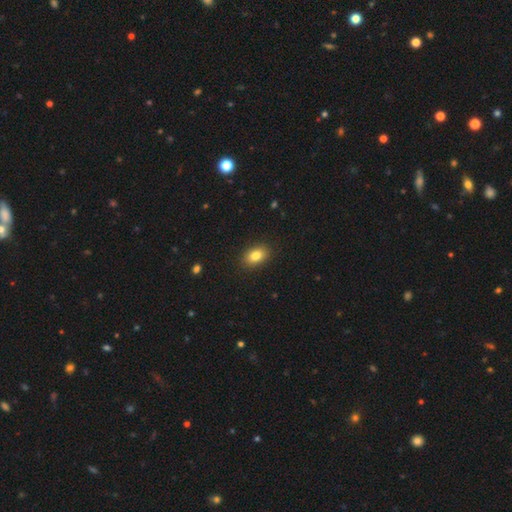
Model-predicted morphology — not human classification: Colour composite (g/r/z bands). It shows a smooth galaxy with no disk features (82%) that is in between round and cigar-shaped (80%). Merging: none (89%).